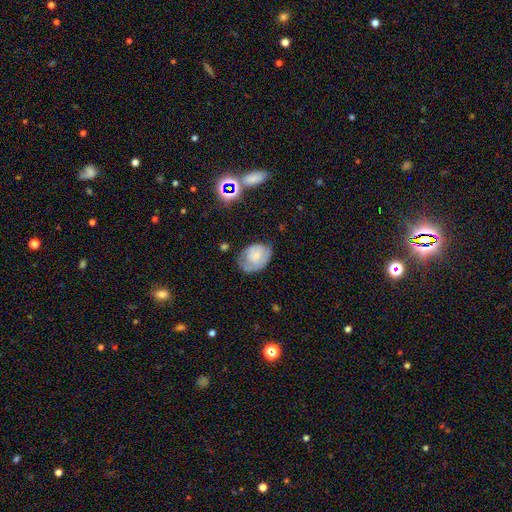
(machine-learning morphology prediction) smooth-or-featured: smooth: 56% | featured or disk: 36% | star or artifact: 9%
  how-rounded: in between: 72% | round: 27% | cigar-shaped: 1%
  merging: none: 53% | minor disturbance: 32% | major disturbance: 12% | merger: 2%